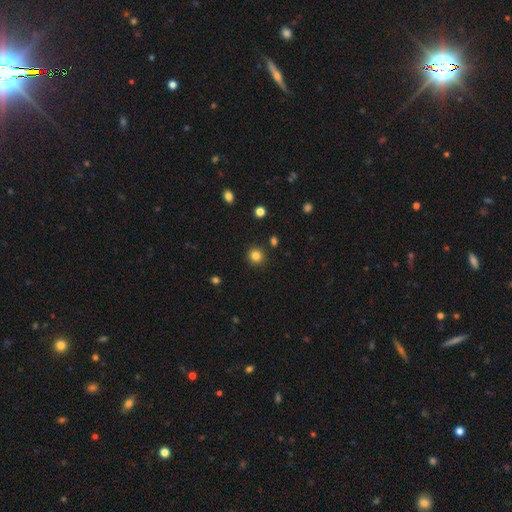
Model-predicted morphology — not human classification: This appears to be a smooth galaxy with no disk features (83%) that is round (94%). Merging: none (90%).